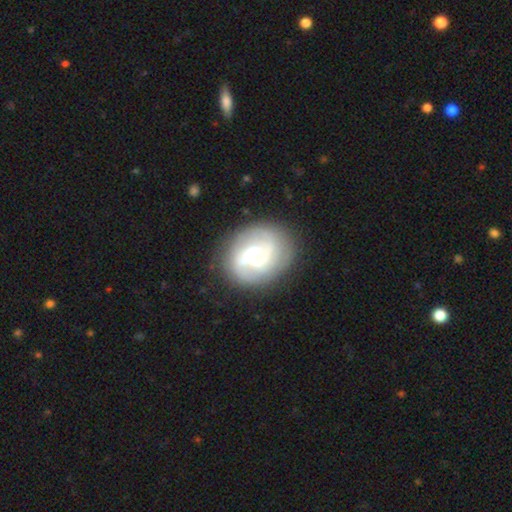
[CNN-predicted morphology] Smooth or featured?
  - featured or disk: 80% *
  - smooth: 14%
  - star or artifact: 6%
Edge-on disk?
  - no: 98% *
  - yes: 2%
Bar?
  - no: 60% *
  - weak: 34%
  - strong: 7%
Spiral arms?
  - yes: 96% *
  - no: 4%
Spiral winding?
  - tight: 49% *
  - medium: 41%
  - loose: 11%
Spiral arm count?
  - 2: 50% *
  - 3: 23%
  - can't tell: 15%
  - 4: 4%
  - 1: 4%
  - more than 4: 3%
Bulge size?
  - moderate: 44% *
  - small: 41%
  - large: 10%
  - none: 3%
  - dominant: 2%
Merging?
  - none: 80% *
  - minor disturbance: 13%
  - major disturbance: 5%
  - merger: 2%